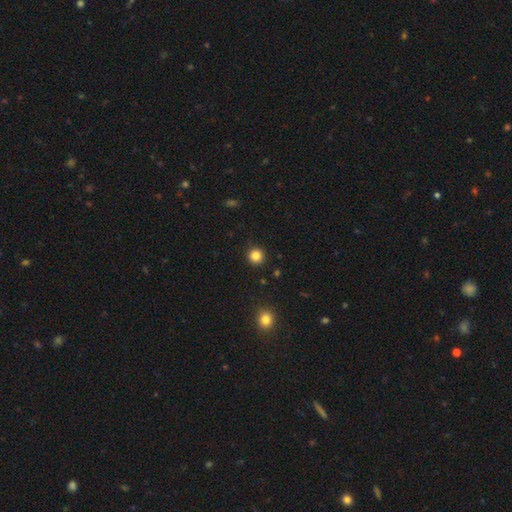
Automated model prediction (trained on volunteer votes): smooth 84%, star or artifact 12%, featured or disk 4%. Down the decision tree: how rounded — round (94%); merging — none (91%).